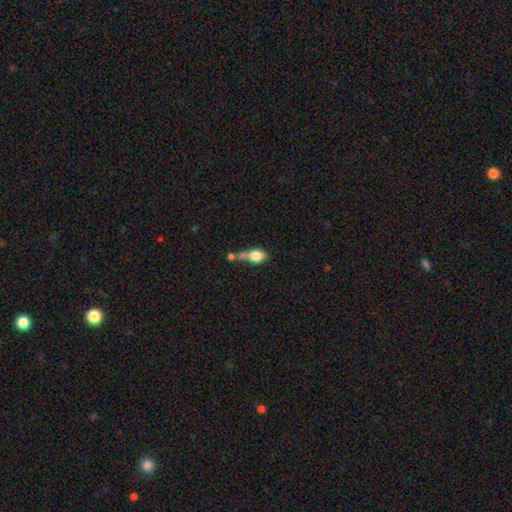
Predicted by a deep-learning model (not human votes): Smooth or featured? smooth (75%)
How rounded? in between (72%)
Merging? merger (45%)